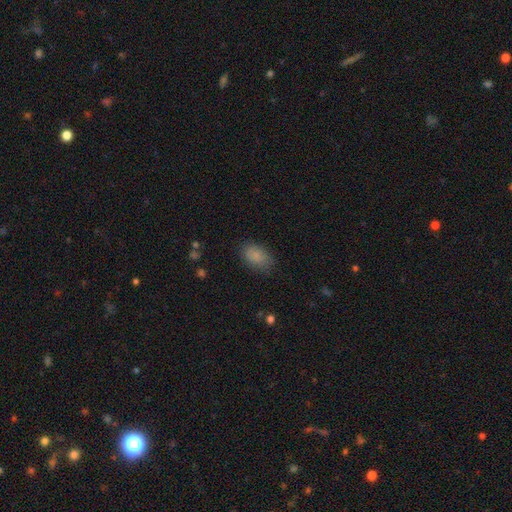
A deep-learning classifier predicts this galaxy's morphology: Smooth or featured?
  - smooth: 85% *
  - star or artifact: 9%
  - featured or disk: 6%
How rounded?
  - in between: 89% *
  - round: 9%
  - cigar-shaped: 2%
Merging?
  - none: 80% *
  - minor disturbance: 15%
  - major disturbance: 4%
  - merger: 1%